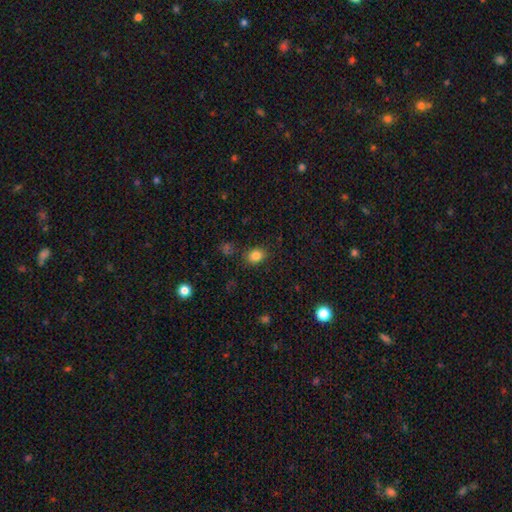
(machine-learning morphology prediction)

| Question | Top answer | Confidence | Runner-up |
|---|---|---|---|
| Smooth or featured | smooth | 83% | star or artifact (11%) |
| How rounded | in between | 56% | round (43%) |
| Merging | none | 84% | minor disturbance (10%) |